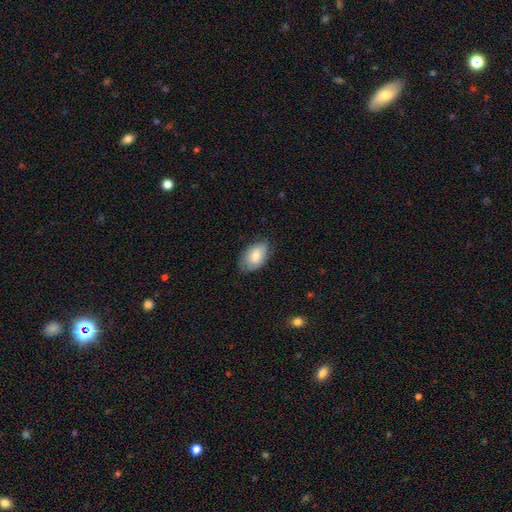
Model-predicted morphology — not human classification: This is likely a smooth galaxy (74%). How rounded: clearly in between (93%). Merging: likely none (73%).